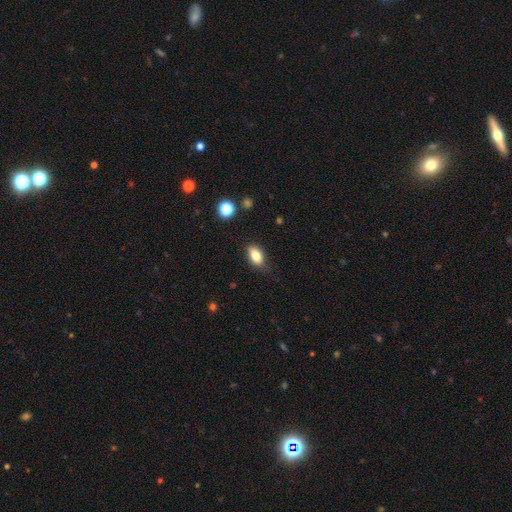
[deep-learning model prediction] Smooth or featured?
  - smooth: 82% *
  - featured or disk: 9%
  - star or artifact: 9%
How rounded?
  - in between: 86% *
  - round: 9%
  - cigar-shaped: 4%
Merging?
  - none: 74% *
  - minor disturbance: 20%
  - major disturbance: 4%
  - merger: 2%